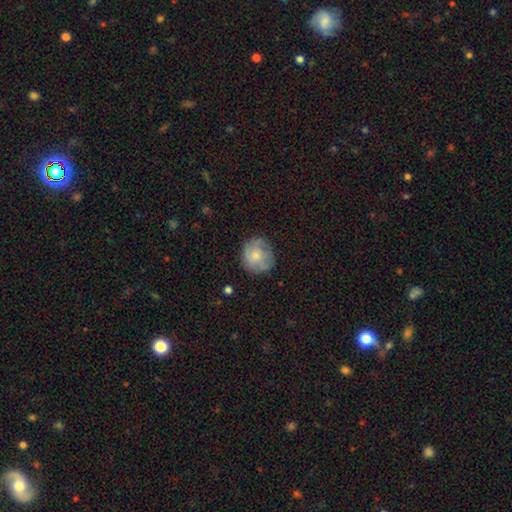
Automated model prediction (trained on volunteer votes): The model was most divided on "smooth or featured": smooth: 67%, featured or disk: 26%, star or artifact: 7%. More confident: how rounded — round (88%); merging — none (74%).